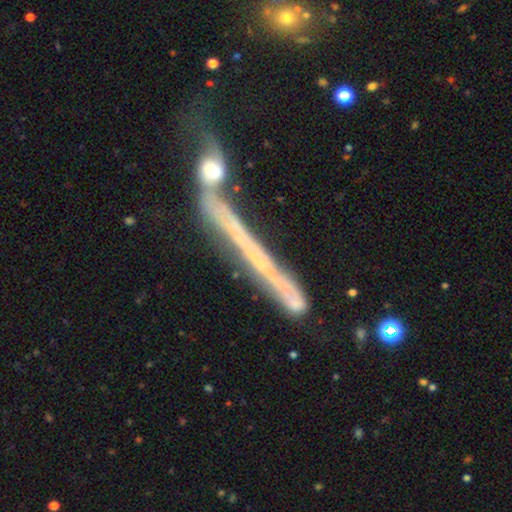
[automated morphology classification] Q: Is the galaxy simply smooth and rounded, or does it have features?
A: featured or disk — 65%.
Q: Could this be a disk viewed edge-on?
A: yes — 89%.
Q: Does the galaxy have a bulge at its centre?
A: none — 85%.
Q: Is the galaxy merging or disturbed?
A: none — 53%.